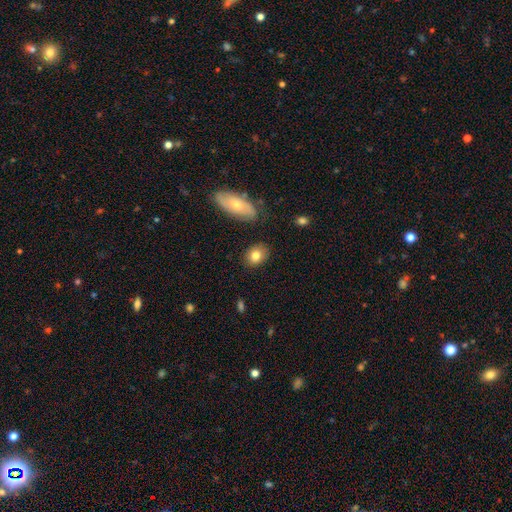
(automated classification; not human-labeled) Smooth or featured?
  - smooth: 80% *
  - featured or disk: 11%
  - star or artifact: 9%
How rounded?
  - in between: 53% *
  - round: 45%
  - cigar-shaped: 2%
Merging?
  - none: 84% *
  - minor disturbance: 10%
  - major disturbance: 3%
  - merger: 3%